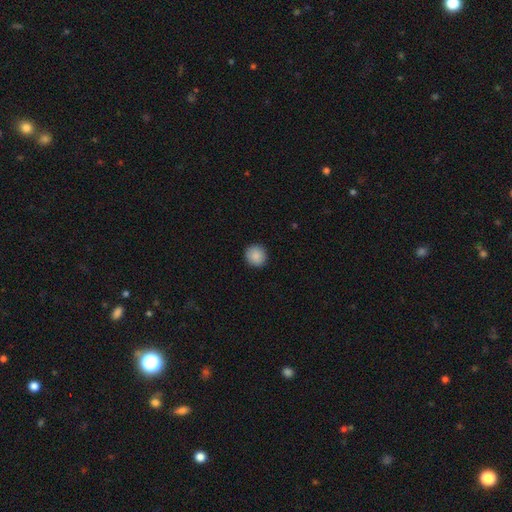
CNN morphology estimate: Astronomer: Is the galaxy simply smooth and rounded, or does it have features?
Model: smooth — 89%.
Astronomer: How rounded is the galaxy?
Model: round — 91%.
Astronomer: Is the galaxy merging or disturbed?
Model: none — 92%.